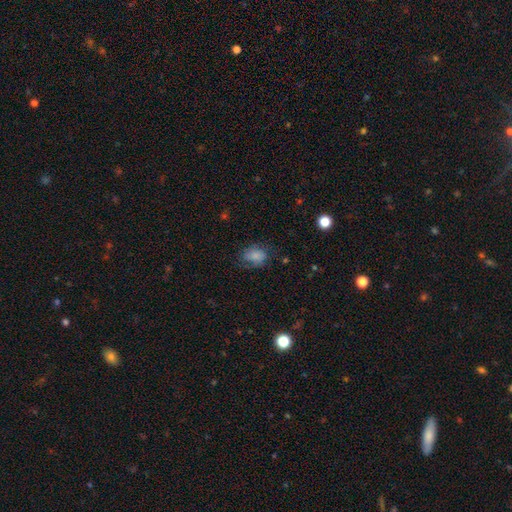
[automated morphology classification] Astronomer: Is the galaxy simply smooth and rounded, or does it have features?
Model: smooth — 72%.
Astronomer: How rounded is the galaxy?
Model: in between — 71%.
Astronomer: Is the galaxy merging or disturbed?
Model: none — 57%.